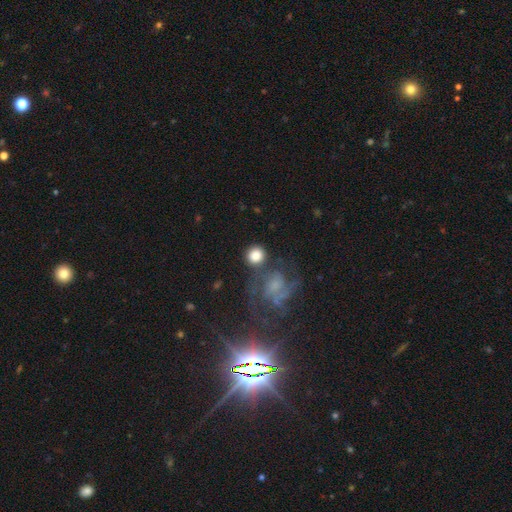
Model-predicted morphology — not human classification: Overall: smooth (80%). How rounded: round (89%). Merging: none (67%).